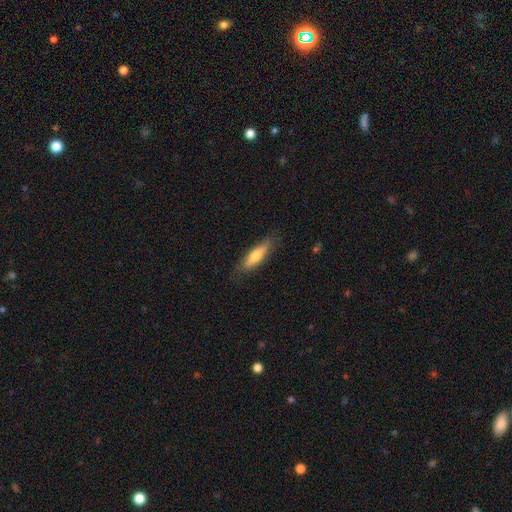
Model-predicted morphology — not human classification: smooth-or-featured: smooth: 59% | featured or disk: 35% | star or artifact: 6%
  how-rounded: cigar-shaped: 60% | in between: 38% | round: 2%
  merging: none: 80% | minor disturbance: 16% | major disturbance: 4% | merger: 1%